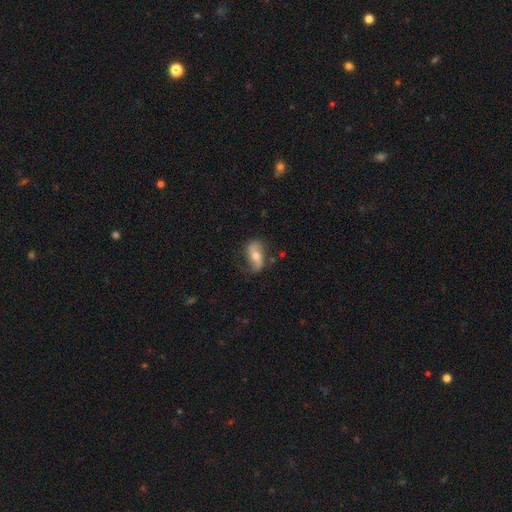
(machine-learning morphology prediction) Smooth or featured?
  - featured or disk: 61% *
  - smooth: 31%
  - star or artifact: 7%
Edge-on disk?
  - no: 90% *
  - yes: 10%
Bar?
  - no: 47% *
  - weak: 29%
  - strong: 24%
Spiral arms?
  - yes: 84% *
  - no: 16%
Bulge size?
  - moderate: 65% *
  - small: 27%
  - large: 5%
  - none: 2%
  - dominant: 1%
Merging?
  - none: 70% *
  - minor disturbance: 20%
  - major disturbance: 7%
  - merger: 2%